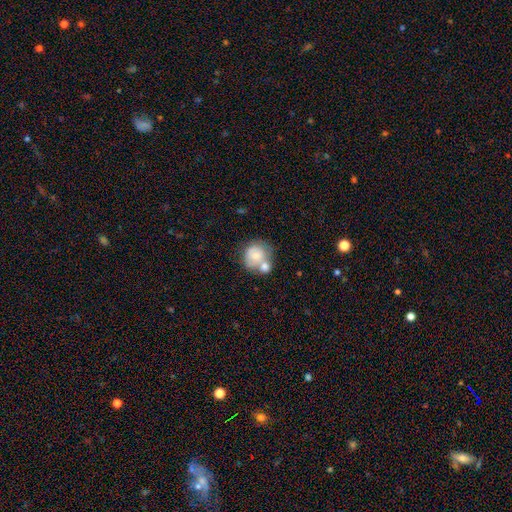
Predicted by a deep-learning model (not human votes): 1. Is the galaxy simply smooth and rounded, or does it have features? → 69% smooth, 24% featured or disk, 7% star or artifact.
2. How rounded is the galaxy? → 77% round, 22% in between, 1% cigar-shaped.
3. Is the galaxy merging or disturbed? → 50% merger, 30% none, 13% minor disturbance, 7% major disturbance.